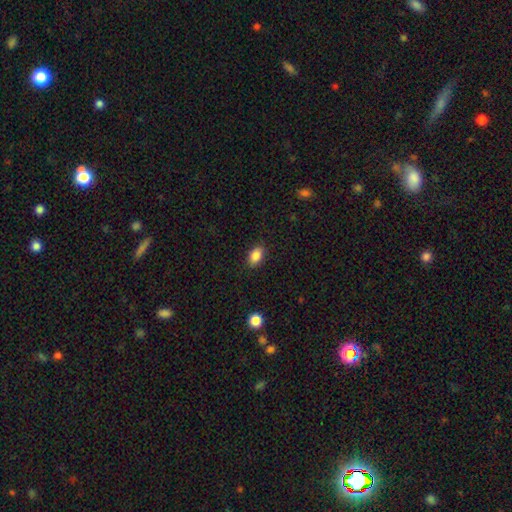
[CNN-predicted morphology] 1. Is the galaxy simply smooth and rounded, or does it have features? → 86% smooth, 8% star or artifact, 5% featured or disk.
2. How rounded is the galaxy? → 89% in between, 9% round, 2% cigar-shaped.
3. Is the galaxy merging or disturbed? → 88% none, 9% minor disturbance, 2% major disturbance, 1% merger.